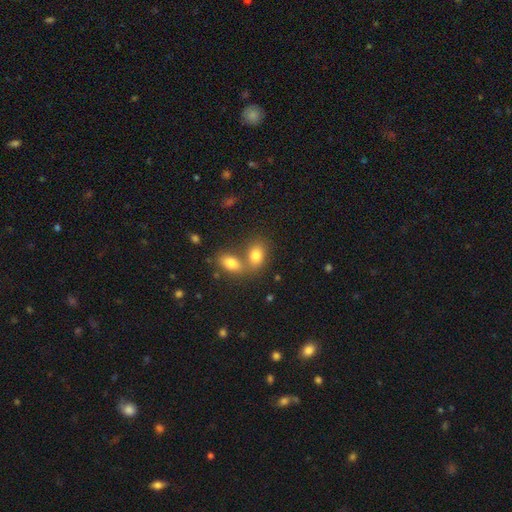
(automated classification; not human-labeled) Smooth or featured? smooth (81%)
How rounded? in between (80%)
Merging? merger (55%)